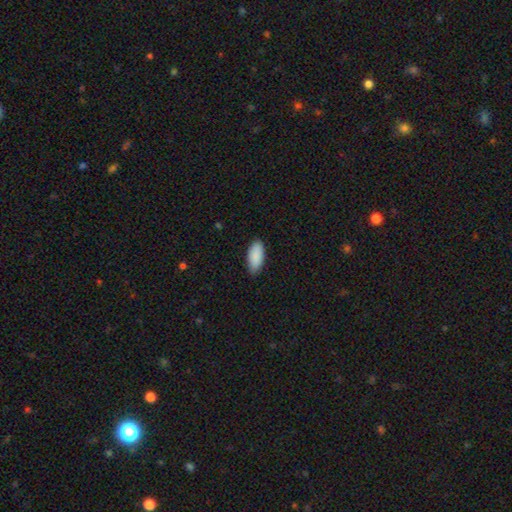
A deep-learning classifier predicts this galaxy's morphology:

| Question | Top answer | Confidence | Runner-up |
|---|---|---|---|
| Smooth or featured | smooth | 90% | star or artifact (6%) |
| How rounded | in between | 91% | cigar-shaped (8%) |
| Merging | none | 84% | minor disturbance (13%) |